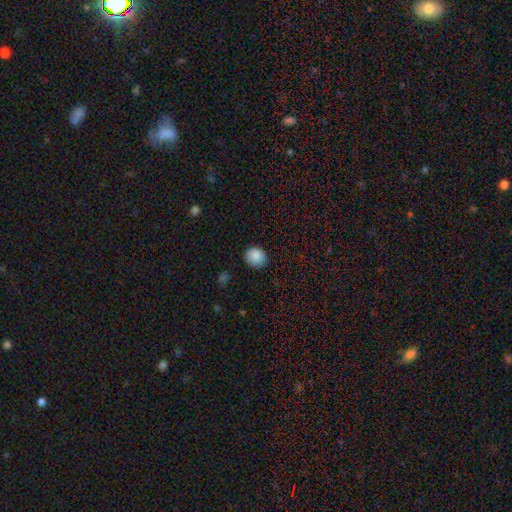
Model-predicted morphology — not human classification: type=smooth (88%); roundness=round (79%); merging=none (86%).